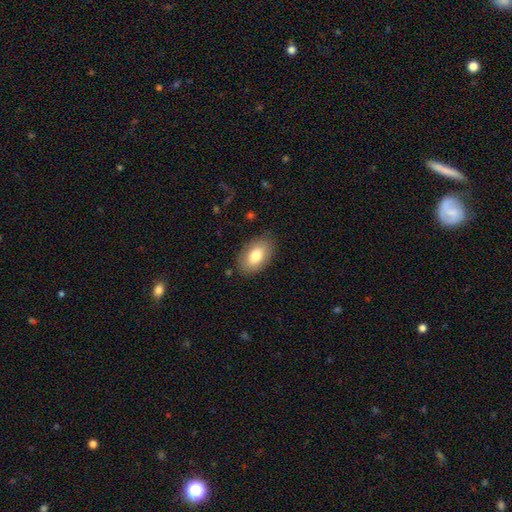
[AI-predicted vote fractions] Morphology: type=smooth (78%); roundness=in between (92%); merging=none (84%).